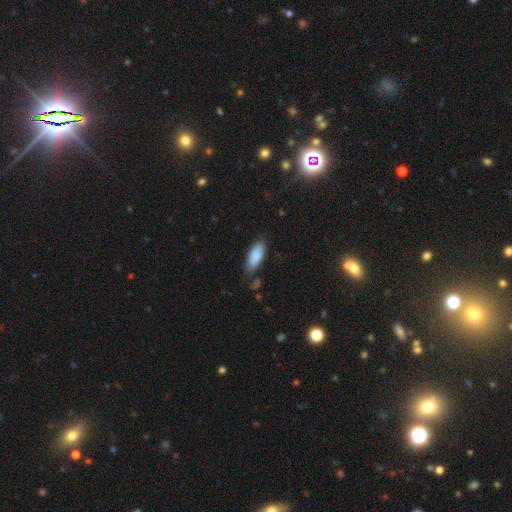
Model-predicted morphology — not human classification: smooth_or_featured: smooth (p=0.88) [alt: star or artifact p=0.06]
how_rounded: in between (p=0.81) [alt: cigar-shaped p=0.17]
merging: none (p=0.74) [alt: minor disturbance p=0.19]